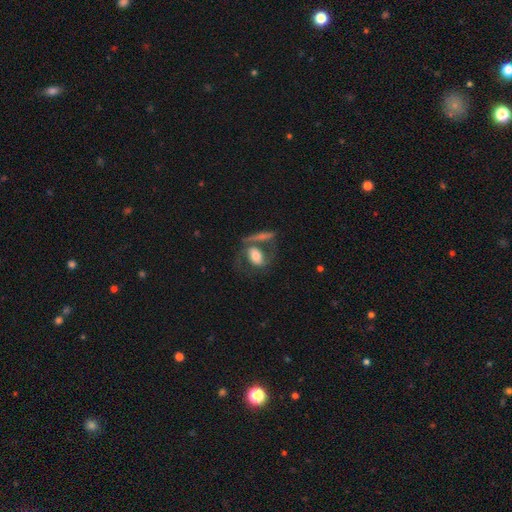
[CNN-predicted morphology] Q: Smooth or featured?
A: featured or disk (50%); runner-up: smooth (43%)
Q: Merging?
A: none (38%); runner-up: merger (29%)